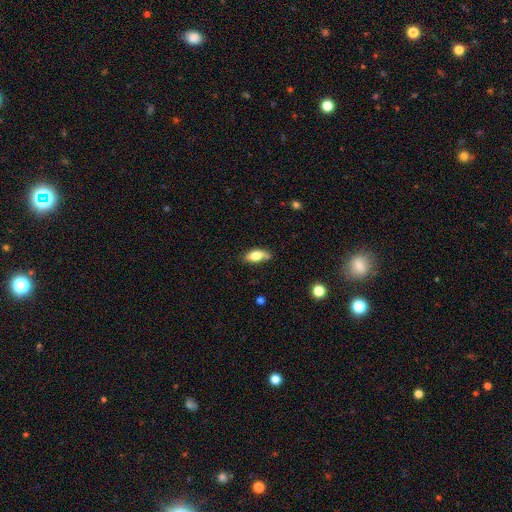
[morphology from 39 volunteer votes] Smooth or featured? smooth (69%)
How rounded? in between (93%)
Merging? none (67%)